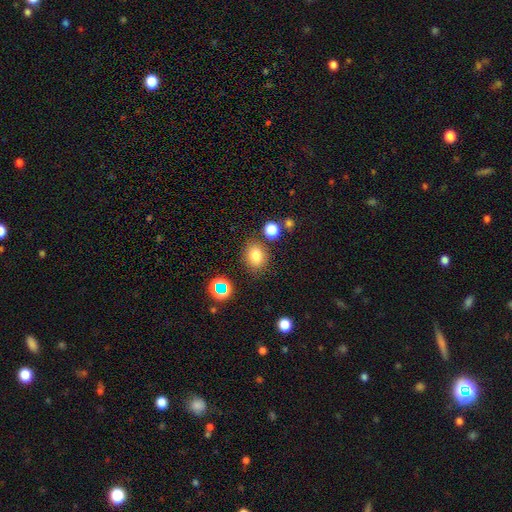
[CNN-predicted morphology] Smooth or featured?
  - smooth: 78% *
  - star or artifact: 15%
  - featured or disk: 8%
How rounded?
  - round: 51% *
  - in between: 47%
  - cigar-shaped: 1%
Merging?
  - none: 79% *
  - minor disturbance: 11%
  - merger: 5%
  - major disturbance: 4%